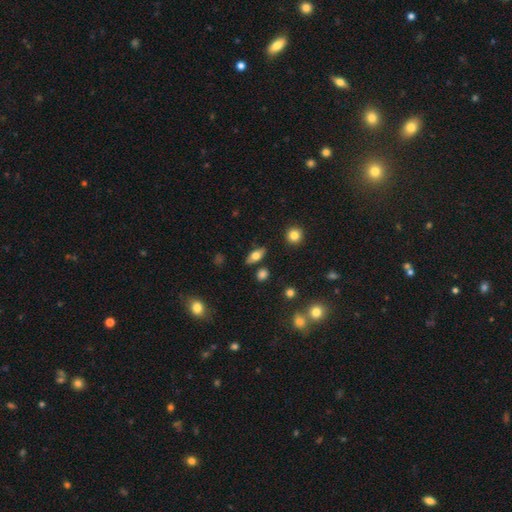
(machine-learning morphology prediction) Overall: smooth (65%; featured or disk 27%). How rounded: in between (80%). Merging: none (84%).